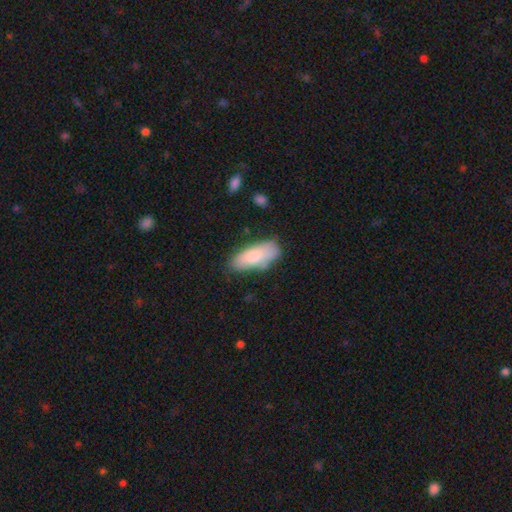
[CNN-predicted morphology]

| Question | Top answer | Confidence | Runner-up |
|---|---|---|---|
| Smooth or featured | smooth | 79% | featured or disk (15%) |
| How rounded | in between | 79% | cigar-shaped (19%) |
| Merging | none | 66% | minor disturbance (23%) |